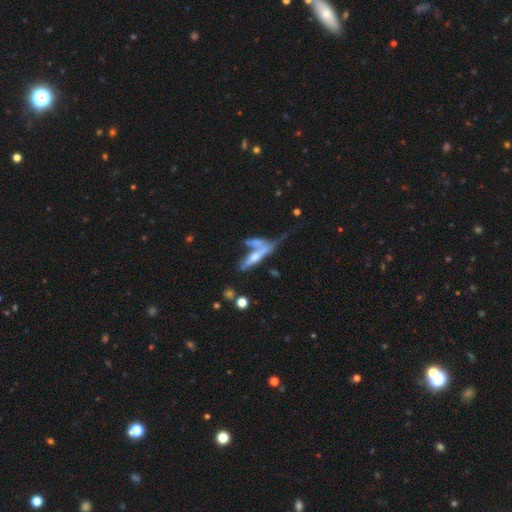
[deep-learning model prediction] This appears to be a featured or disk galaxy (53%) viewed edge-on (69%). Merging: merger (43%).